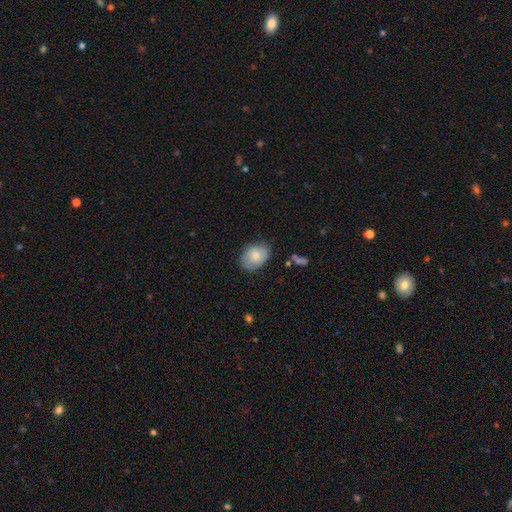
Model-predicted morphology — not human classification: Smooth or featured? smooth (73%)
How rounded? in between (77%)
Merging? none (72%)